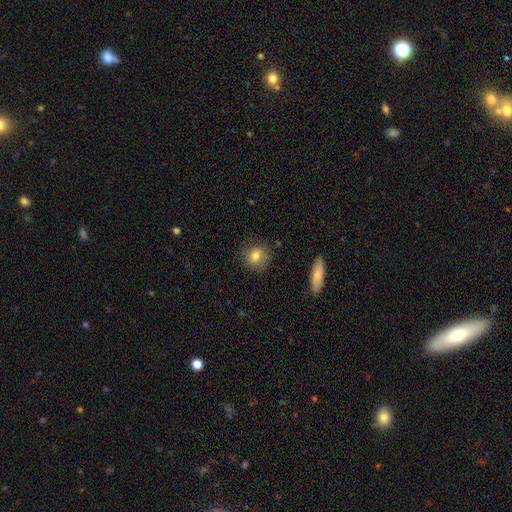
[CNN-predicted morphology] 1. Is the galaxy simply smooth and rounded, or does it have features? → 79% smooth, 11% featured or disk, 10% star or artifact.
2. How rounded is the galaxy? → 84% round, 14% in between, 1% cigar-shaped.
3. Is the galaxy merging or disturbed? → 83% none, 12% minor disturbance, 3% major disturbance, 2% merger.